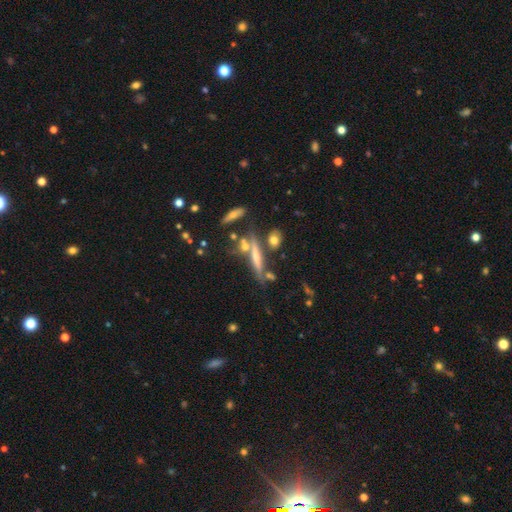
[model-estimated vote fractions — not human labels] This appears to be a featured or disk galaxy (54%) viewed edge-on (86%). Merging: none (61%).